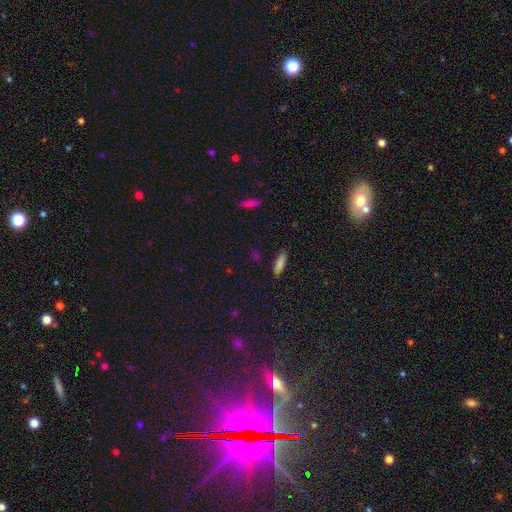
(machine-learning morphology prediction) The model was most divided on "how rounded": cigar-shaped: 49%, in between: 42%, round: 9%. More confident: merging — none (81%); smooth or featured — smooth (71%).